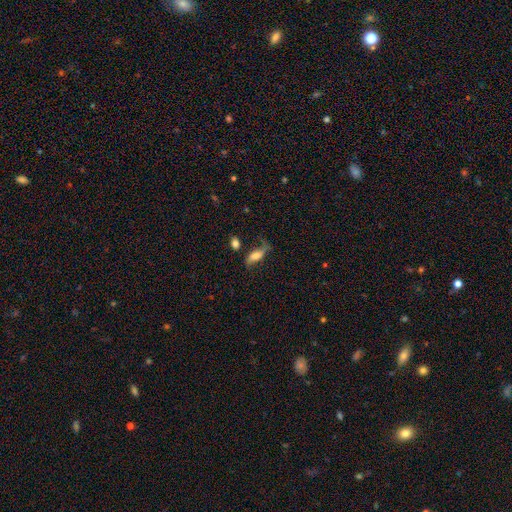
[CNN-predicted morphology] A smooth galaxy with no disk features (48%). Merging: none (48%).